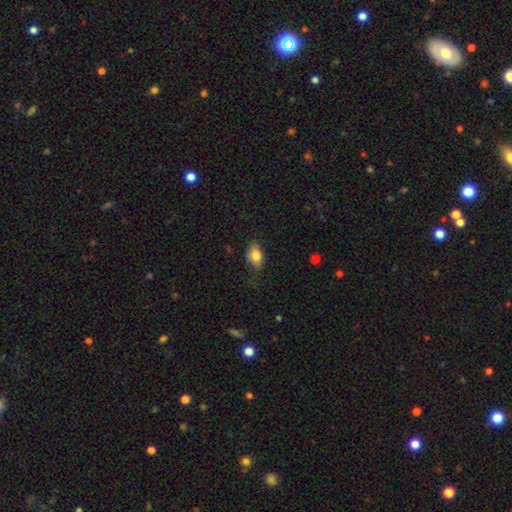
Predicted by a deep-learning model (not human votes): smooth 83%, featured or disk 9%, star or artifact 8%. Down the decision tree: how rounded — in between (85%); merging — none (74%).